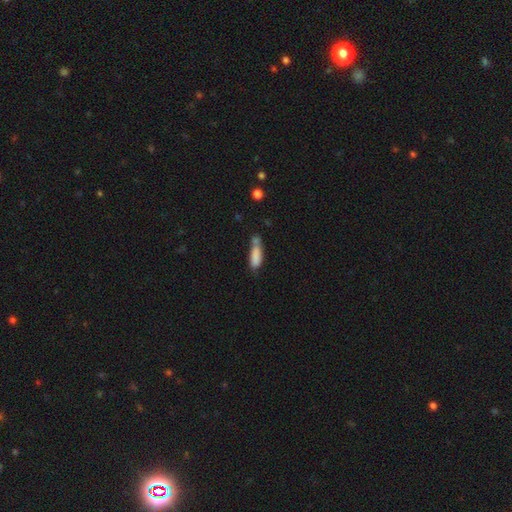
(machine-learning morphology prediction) smooth-or-featured: smooth: 83% | featured or disk: 9% | star or artifact: 8%
  how-rounded: cigar-shaped: 51% | in between: 47% | round: 2%
  merging: none: 43% | minor disturbance: 25% | merger: 24% | major disturbance: 8%